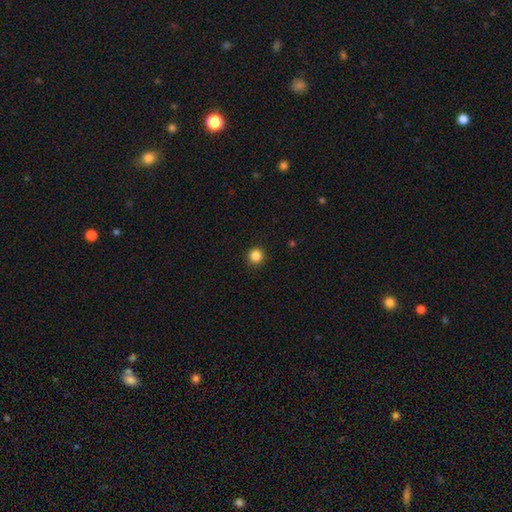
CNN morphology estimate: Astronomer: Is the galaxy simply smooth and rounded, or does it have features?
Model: smooth — 85%.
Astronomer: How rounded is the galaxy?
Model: round — 95%.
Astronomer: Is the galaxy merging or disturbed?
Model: none — 92%.